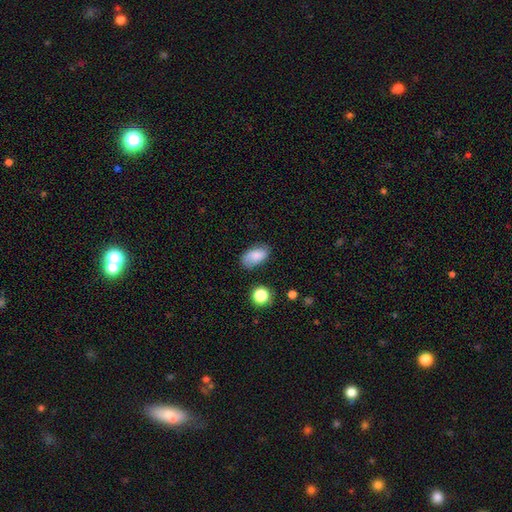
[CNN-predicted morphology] smooth-or-featured: smooth: 76% | featured or disk: 15% | star or artifact: 10%
  how-rounded: in between: 91% | round: 7% | cigar-shaped: 2%
  merging: none: 69% | minor disturbance: 22% | major disturbance: 6% | merger: 3%